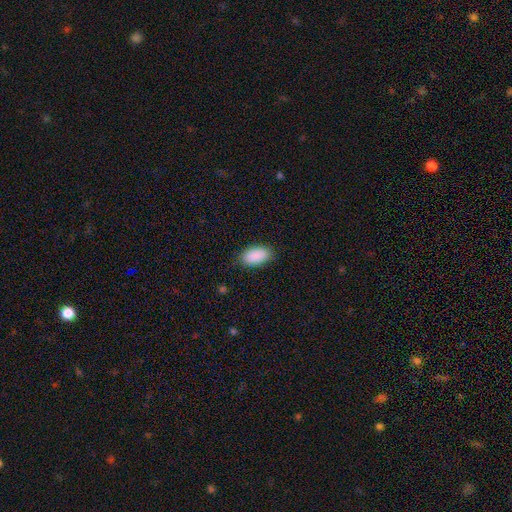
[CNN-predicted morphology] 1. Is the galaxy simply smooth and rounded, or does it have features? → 91% smooth, 6% star or artifact, 3% featured or disk.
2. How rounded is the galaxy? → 94% in between, 3% round, 3% cigar-shaped.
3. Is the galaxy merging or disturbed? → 86% none, 11% minor disturbance, 2% major disturbance, 1% merger.